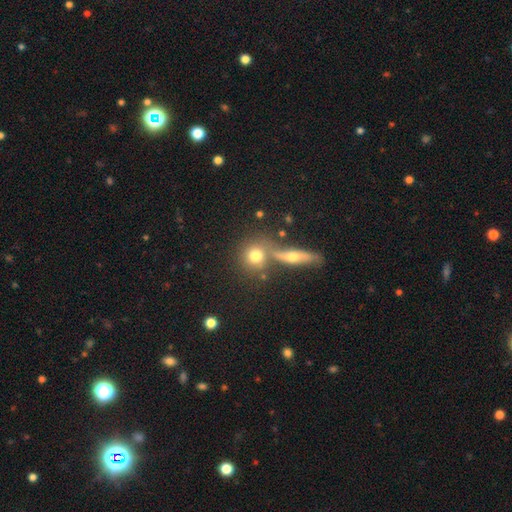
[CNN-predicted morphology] A smooth galaxy with no disk features (74%) that is round (83%). Merging: none (61%).